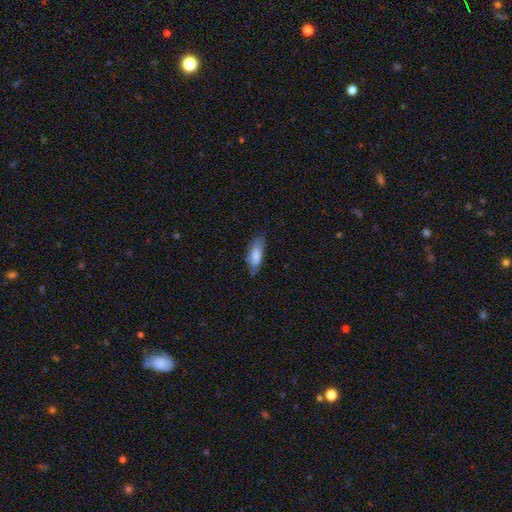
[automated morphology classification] The model was most divided on "how rounded": in between: 68%, cigar-shaped: 30%, round: 2%. More confident: smooth or featured — smooth (78%); merging — none (70%).